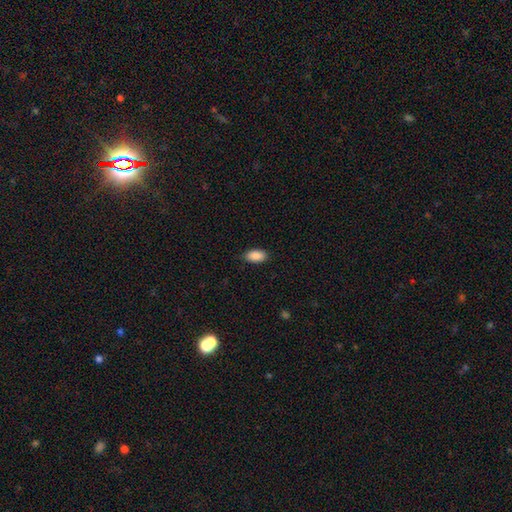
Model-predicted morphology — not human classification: smooth-or-featured: smooth: 89% | star or artifact: 7% | featured or disk: 4%
  how-rounded: in between: 94% | round: 3% | cigar-shaped: 3%
  merging: none: 86% | minor disturbance: 11% | major disturbance: 2% | merger: 1%